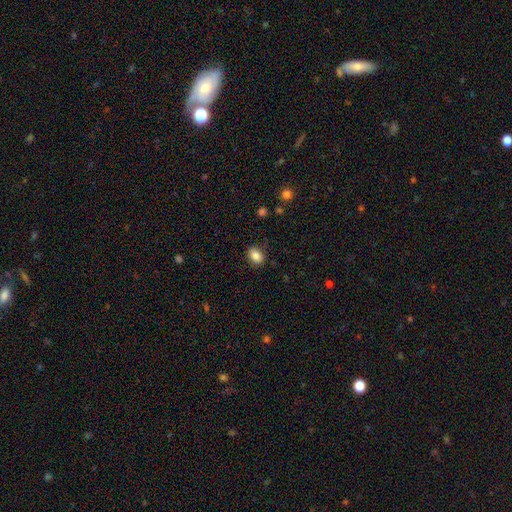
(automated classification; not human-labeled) Overall: smooth (85%). How rounded: in between (77%). Merging: none (84%).